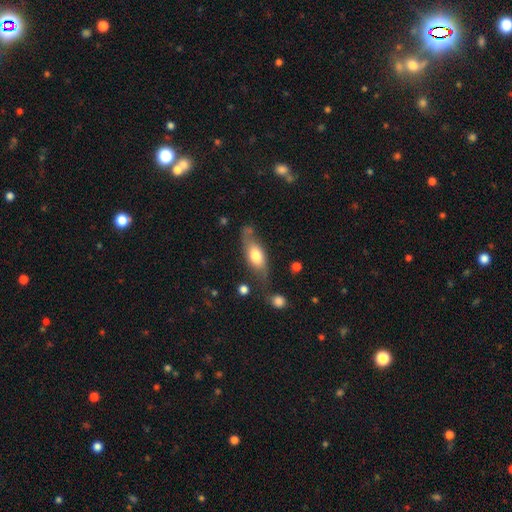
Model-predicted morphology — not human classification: This appears to be a smooth galaxy with no disk features (61%) that is in between round and cigar-shaped (74%). Merging: none (58%).